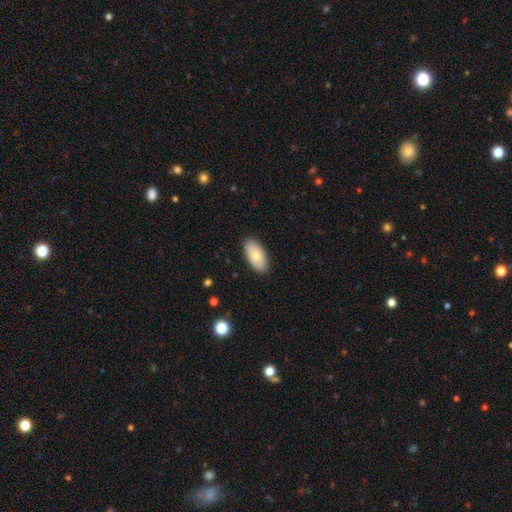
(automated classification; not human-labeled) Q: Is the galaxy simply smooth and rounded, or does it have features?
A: smooth — 78%.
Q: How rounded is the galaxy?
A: in between — 94%.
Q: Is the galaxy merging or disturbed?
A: none — 88%.